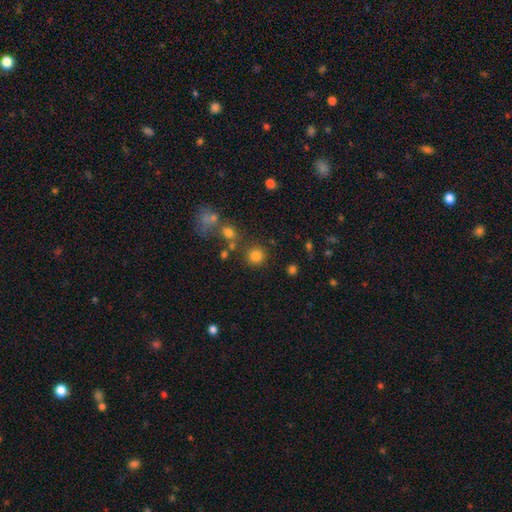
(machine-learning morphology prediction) Q: Smooth or featured?
A: smooth (81%); runner-up: star or artifact (14%)
Q: How rounded?
A: round (92%); runner-up: in between (7%)
Q: Merging?
A: none (81%); runner-up: minor disturbance (8%)